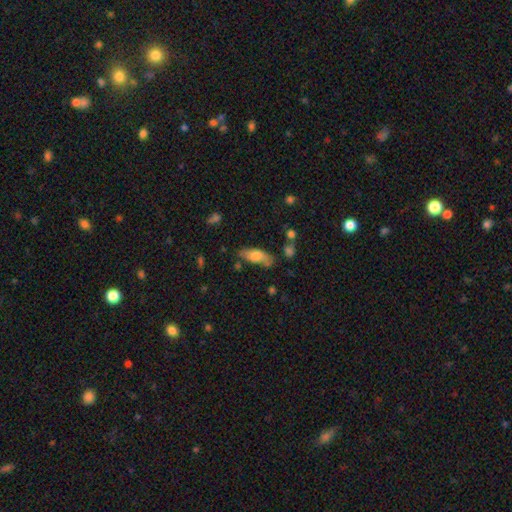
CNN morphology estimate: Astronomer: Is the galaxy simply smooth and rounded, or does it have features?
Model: smooth — 71%.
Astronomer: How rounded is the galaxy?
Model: in between — 72%.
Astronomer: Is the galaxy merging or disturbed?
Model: none — 61%.